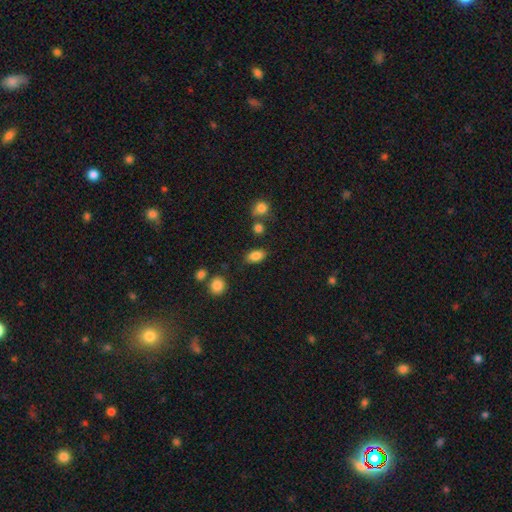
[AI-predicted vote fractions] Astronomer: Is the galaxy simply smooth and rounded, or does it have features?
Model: smooth — 85%.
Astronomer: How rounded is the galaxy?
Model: in between — 89%.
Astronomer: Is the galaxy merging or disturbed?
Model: none — 80%.